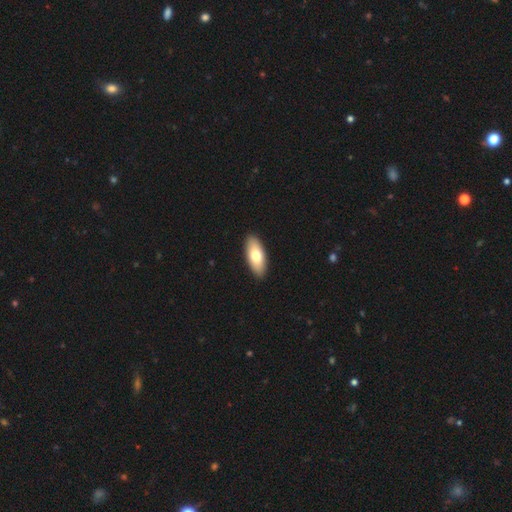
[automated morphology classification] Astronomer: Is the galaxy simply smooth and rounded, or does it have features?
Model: smooth — 75%.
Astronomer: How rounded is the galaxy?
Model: in between — 85%.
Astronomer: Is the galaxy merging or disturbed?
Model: none — 91%.